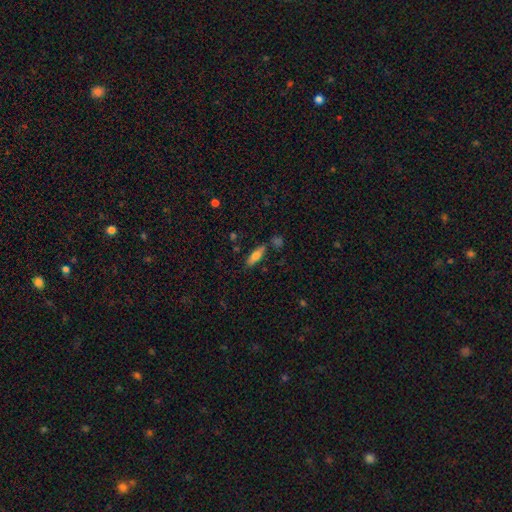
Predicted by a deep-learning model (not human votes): Q: Smooth or featured?
A: smooth (67%); runner-up: featured or disk (25%)
Q: How rounded?
A: cigar-shaped (54%); runner-up: in between (44%)
Q: Merging?
A: none (77%); runner-up: minor disturbance (13%)